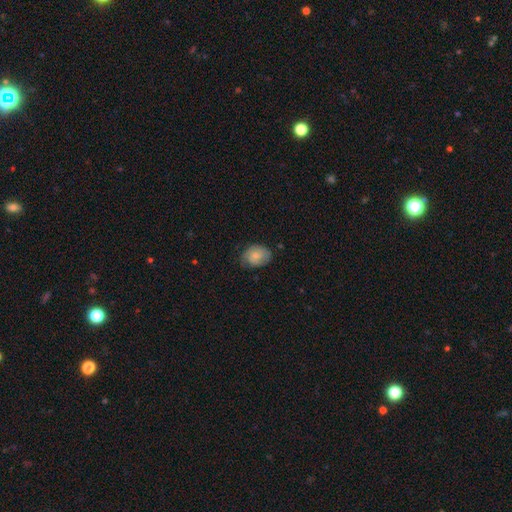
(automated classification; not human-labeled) Smooth or featured? Predicted: smooth (p=0.69). How rounded? Predicted: in between (p=0.65). Merging? Predicted: none (p=0.63).